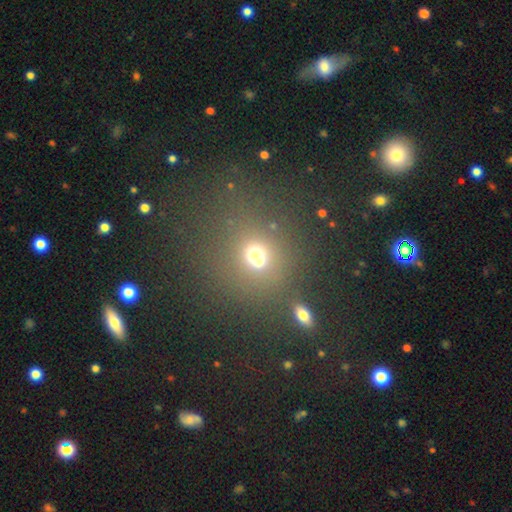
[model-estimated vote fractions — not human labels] This appears to be a smooth galaxy with no disk features (64%) that is round (65%). Merging: none (56%).